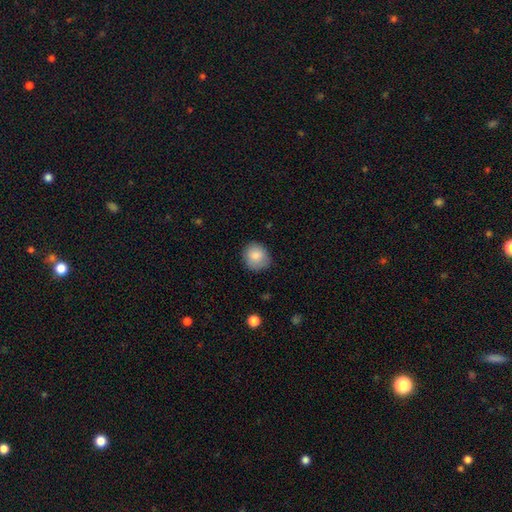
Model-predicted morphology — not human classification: A smooth galaxy with no disk features (85%) that is round (80%).

Vote fractions:
- Smooth or featured? smooth: 85% / featured or disk: 8% / star or artifact: 7%
- How rounded? round: 80% / in between: 19% / cigar-shaped: 1%
- Merging? none: 78% / minor disturbance: 17% / major disturbance: 3% / merger: 1%